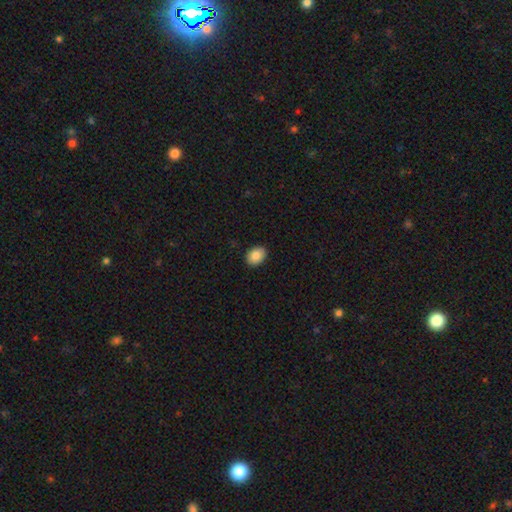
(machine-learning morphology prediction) smooth_or_featured: smooth (p=0.87) [alt: star or artifact p=0.08]
how_rounded: in between (p=0.75) [alt: round p=0.24]
merging: none (p=0.90) [alt: minor disturbance p=0.07]